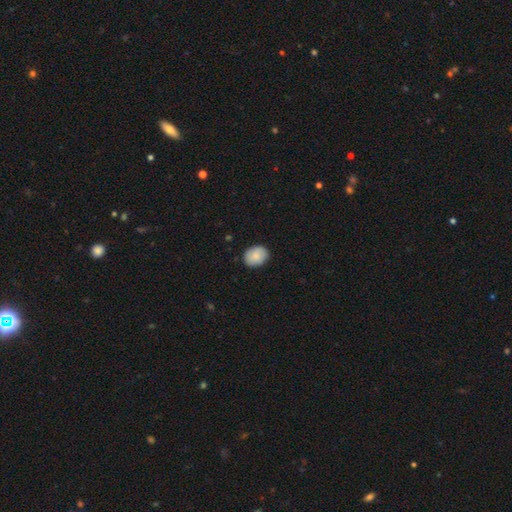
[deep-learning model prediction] Smooth or featured?
  - smooth: 86% *
  - featured or disk: 8%
  - star or artifact: 7%
How rounded?
  - in between: 56% *
  - round: 44%
  - cigar-shaped: 1%
Merging?
  - none: 86% *
  - minor disturbance: 11%
  - major disturbance: 2%
  - merger: 1%